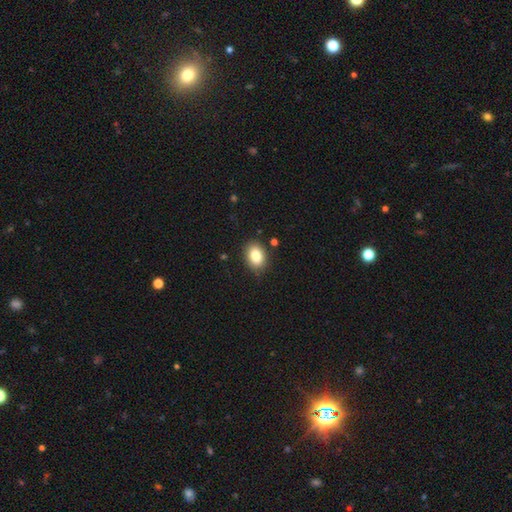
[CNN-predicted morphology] The model was most divided on "how rounded": in between: 77%, round: 22%, cigar-shaped: 1%. More confident: merging — none (84%); smooth or featured — smooth (84%).